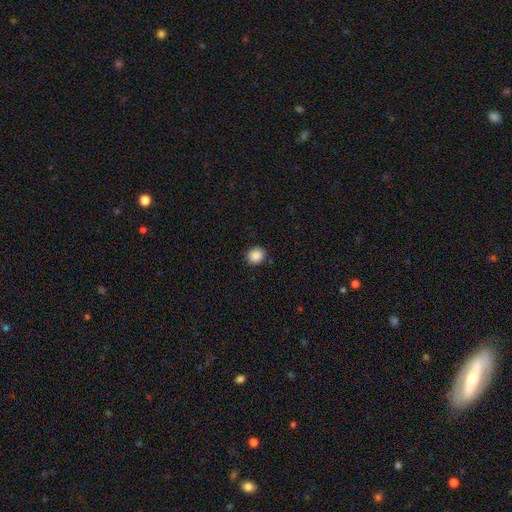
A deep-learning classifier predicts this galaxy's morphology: Smooth or featured: smooth — 88% (star or artifact — 9%)
How rounded: round — 73% (in between — 26%)
Merging: none — 89% (minor disturbance — 8%)